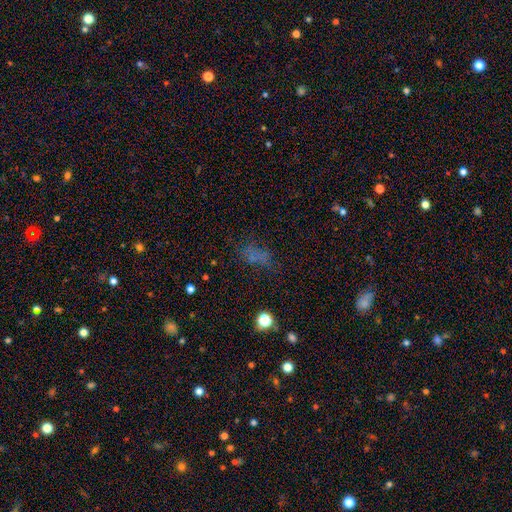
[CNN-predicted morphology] Overall: smooth (49%; star or artifact 32%). Merging: none (51%; major disturbance 22%).